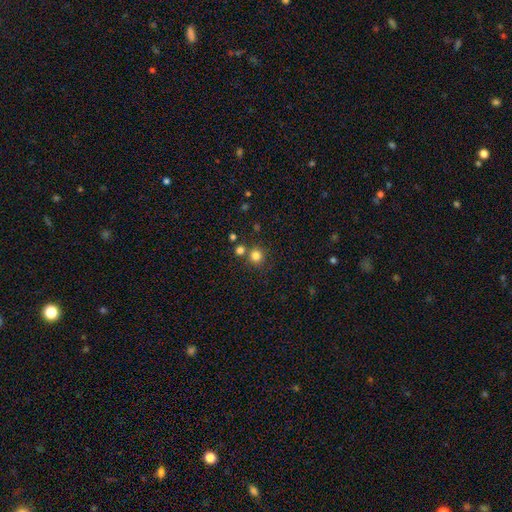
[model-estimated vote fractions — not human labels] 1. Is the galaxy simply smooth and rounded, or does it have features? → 81% smooth, 13% star or artifact, 5% featured or disk.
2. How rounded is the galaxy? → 92% round, 7% in between, 1% cigar-shaped.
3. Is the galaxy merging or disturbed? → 74% none, 15% merger, 8% minor disturbance, 3% major disturbance.